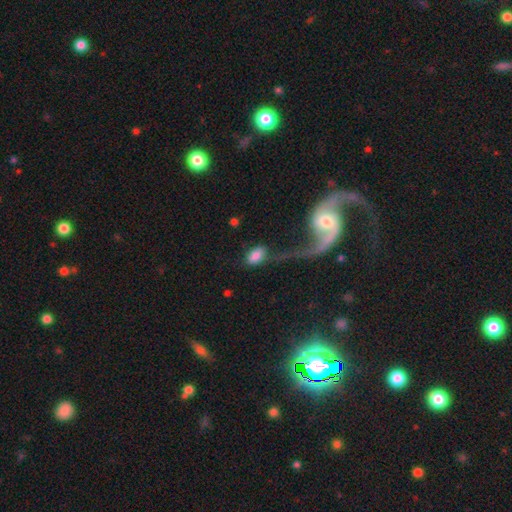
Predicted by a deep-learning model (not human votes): smooth 76%, featured or disk 16%, star or artifact 8%. Down the decision tree: how rounded — in between (90%); merging — none (39%).